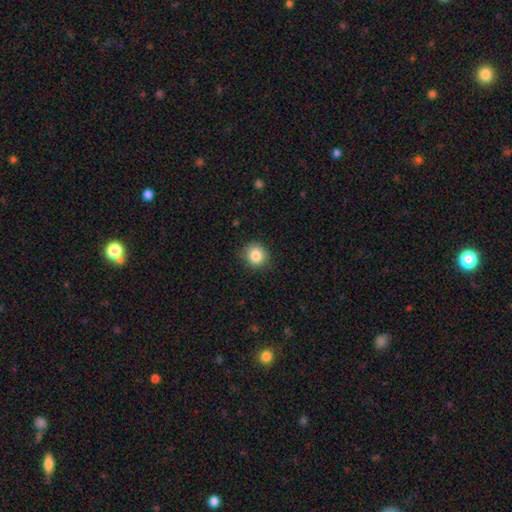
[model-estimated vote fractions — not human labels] A smooth galaxy with no disk features (84%) that is round (88%).

Vote fractions:
- Smooth or featured? smooth: 84% / star or artifact: 10% / featured or disk: 6%
- How rounded? round: 88% / in between: 11% / cigar-shaped: 1%
- Merging? none: 86% / minor disturbance: 11% / major disturbance: 2% / merger: 1%